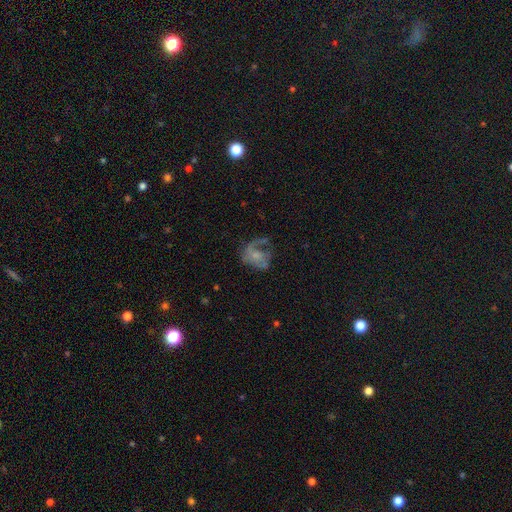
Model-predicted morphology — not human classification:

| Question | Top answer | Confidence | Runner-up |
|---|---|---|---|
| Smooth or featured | featured or disk | 62% | smooth (29%) |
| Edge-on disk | no | 98% | yes (2%) |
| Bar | no | 72% | weak (24%) |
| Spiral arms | yes | 66% | no (34%) |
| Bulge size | small | 41% | none (28%) |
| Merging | major disturbance | 42% | none (35%) |